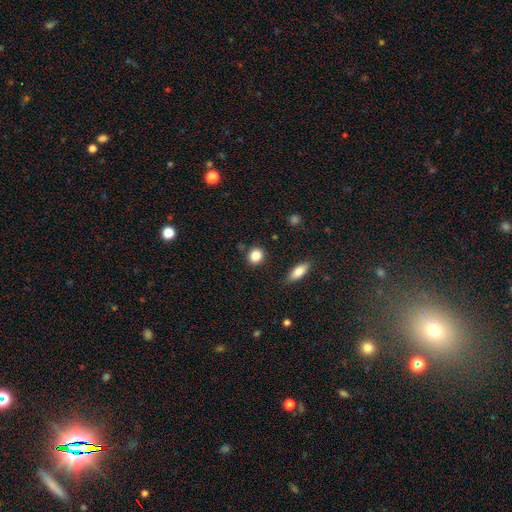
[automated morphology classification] smooth_or_featured: smooth (p=0.85) [alt: star or artifact p=0.09]
how_rounded: round (p=0.79) [alt: in between p=0.20]
merging: none (p=0.87) [alt: minor disturbance p=0.08]